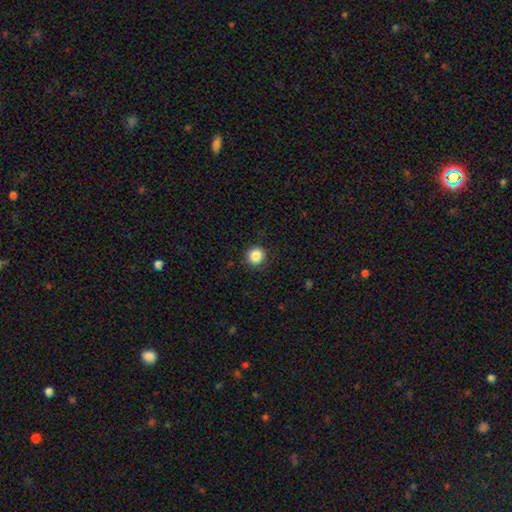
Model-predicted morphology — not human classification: Q: Smooth or featured?
A: smooth (87%); runner-up: star or artifact (10%)
Q: How rounded?
A: round (95%); runner-up: in between (4%)
Q: Merging?
A: none (90%); runner-up: minor disturbance (6%)